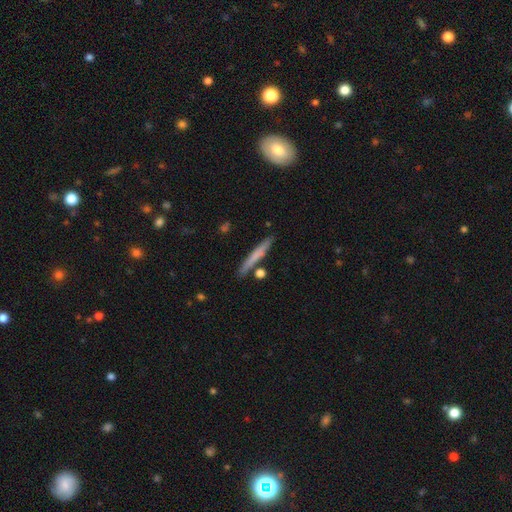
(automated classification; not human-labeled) Q: Smooth or featured?
A: smooth (64%); runner-up: featured or disk (30%)
Q: How rounded?
A: cigar-shaped (95%); runner-up: in between (3%)
Q: Merging?
A: none (85%); runner-up: minor disturbance (9%)